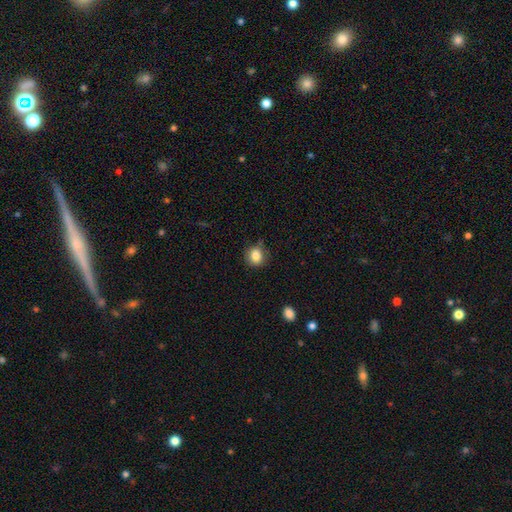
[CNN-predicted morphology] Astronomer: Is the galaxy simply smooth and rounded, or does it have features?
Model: smooth — 84%.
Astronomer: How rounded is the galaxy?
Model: round — 71%.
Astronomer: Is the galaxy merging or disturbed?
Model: none — 79%.